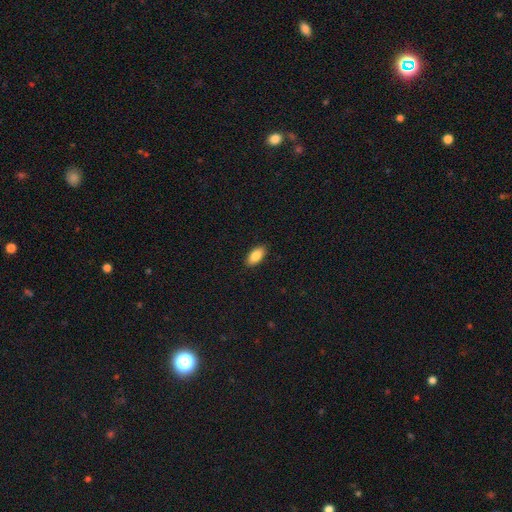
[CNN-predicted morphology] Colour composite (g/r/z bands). It shows a smooth galaxy with no disk features (85%) that is in between round and cigar-shaped (91%). Merging: none (89%).